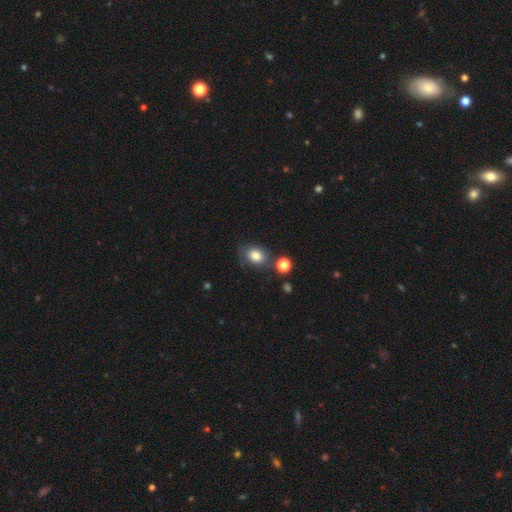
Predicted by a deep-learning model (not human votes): Morphology: type=smooth (80%); roundness=in between (59%); merging=none (66%).